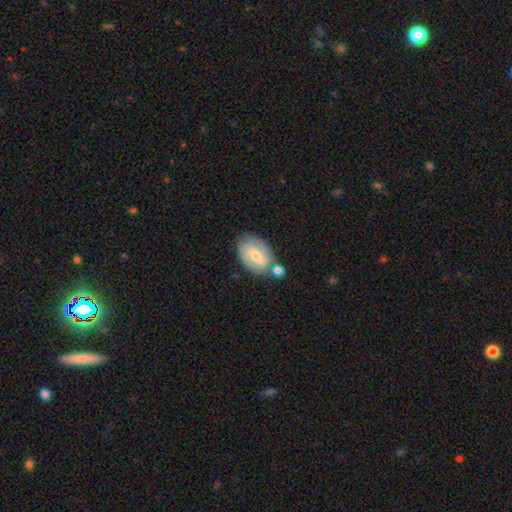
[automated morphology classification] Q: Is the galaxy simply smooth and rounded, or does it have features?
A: featured or disk — 63%.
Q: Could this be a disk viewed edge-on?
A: no — 96%.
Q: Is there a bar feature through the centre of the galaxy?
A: weak — 54%.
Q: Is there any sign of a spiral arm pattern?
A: yes — 86%.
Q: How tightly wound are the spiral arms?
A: medium — 43%.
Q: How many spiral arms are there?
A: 2 — 67%.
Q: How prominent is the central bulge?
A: small — 56%.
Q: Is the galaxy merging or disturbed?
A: none — 56%.